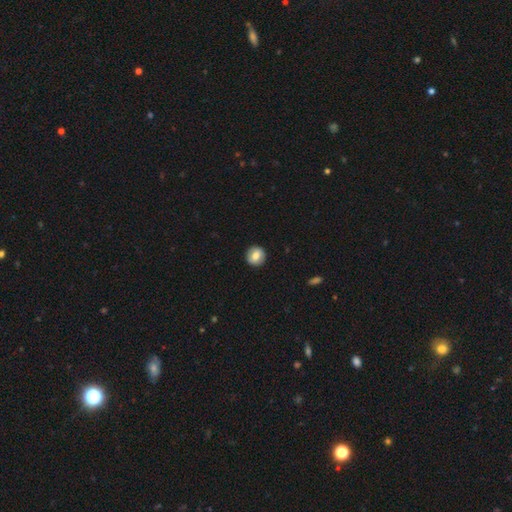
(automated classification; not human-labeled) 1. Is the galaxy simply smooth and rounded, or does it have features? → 73% smooth, 20% featured or disk, 8% star or artifact.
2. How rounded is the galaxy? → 92% round, 7% in between, 1% cigar-shaped.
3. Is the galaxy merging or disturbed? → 91% none, 6% minor disturbance, 2% major disturbance, 1% merger.